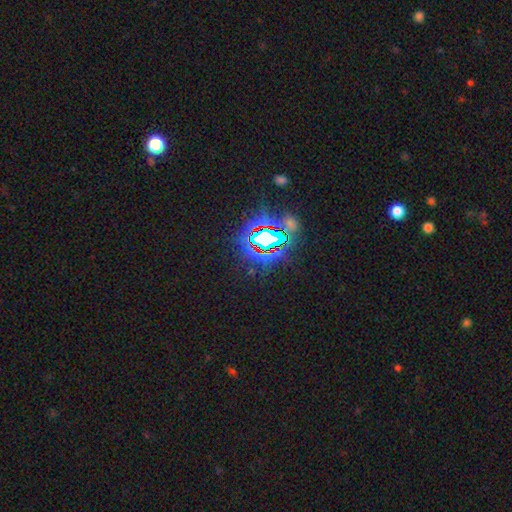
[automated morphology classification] star or artifact 84%, smooth 9%, featured or disk 7%.